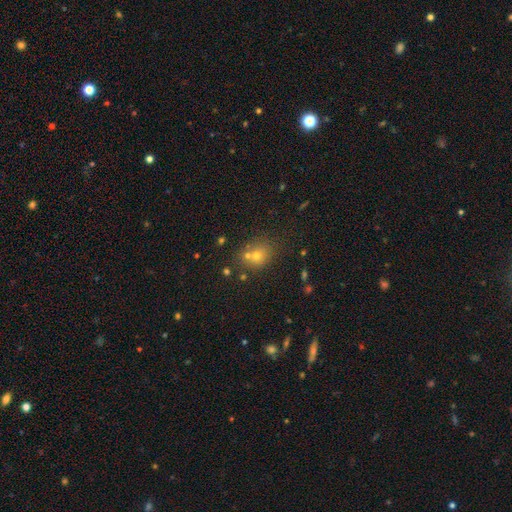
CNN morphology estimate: smooth 62%, star or artifact 26%, featured or disk 13%. Down the decision tree: how rounded — round (70%); merging — none (60%).